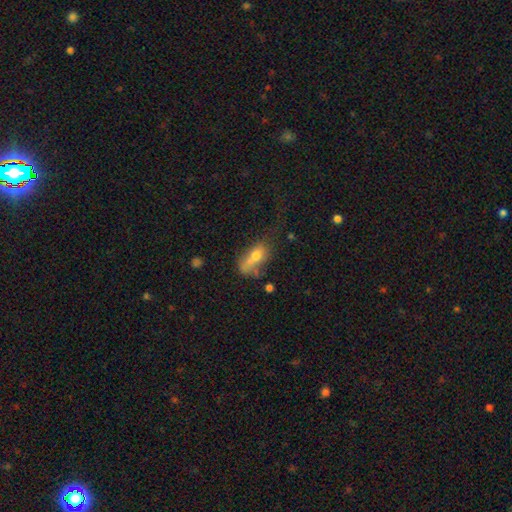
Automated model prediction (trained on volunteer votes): Smooth or featured? Predicted: smooth (p=0.65). How rounded? Predicted: in between (p=0.74). Merging? Predicted: merger (p=0.28, tied with none).